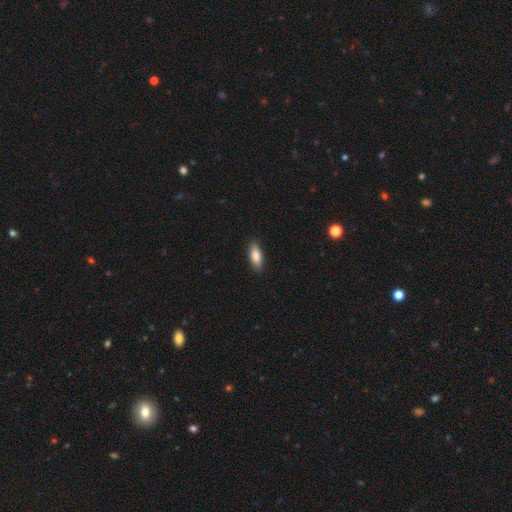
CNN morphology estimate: A smooth galaxy with no disk features (82%) that is in between round and cigar-shaped (75%). Merging: none (89%).